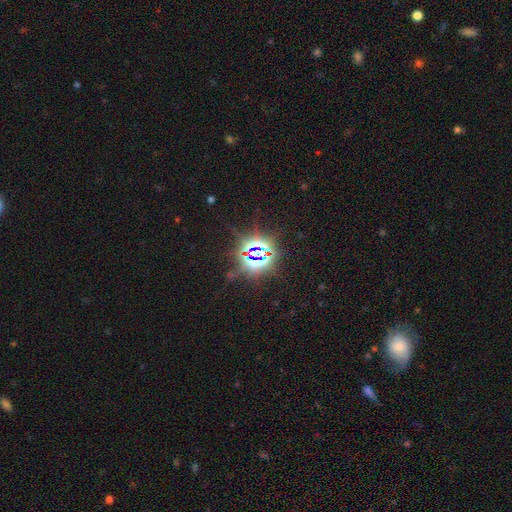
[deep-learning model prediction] A star or artifact, not a galaxy (83%).

Vote fractions:
- Smooth or featured? star or artifact: 83% / smooth: 9% / featured or disk: 8%